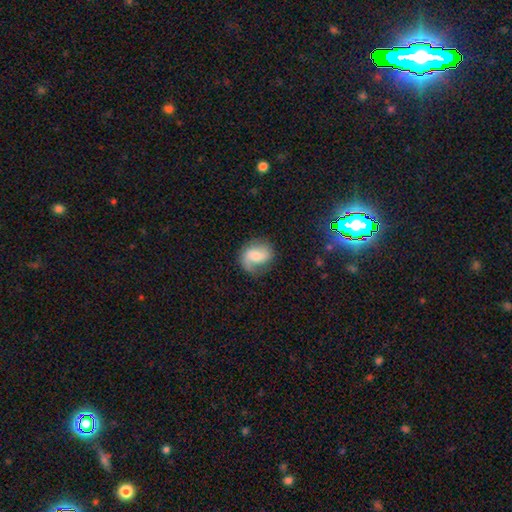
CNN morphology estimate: featured or disk 57%, smooth 35%, star or artifact 8%. Down the decision tree: edge-on disk — no (97%); bar — no (44%); spiral arms — yes (90%); bulge size — moderate (46%); merging — none (65%).